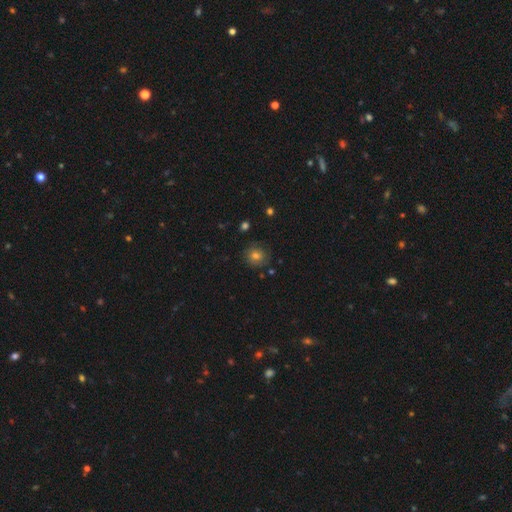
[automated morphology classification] Q: Smooth or featured?
A: smooth (72%); runner-up: star or artifact (14%)
Q: How rounded?
A: round (85%); runner-up: in between (14%)
Q: Merging?
A: none (83%); runner-up: minor disturbance (12%)